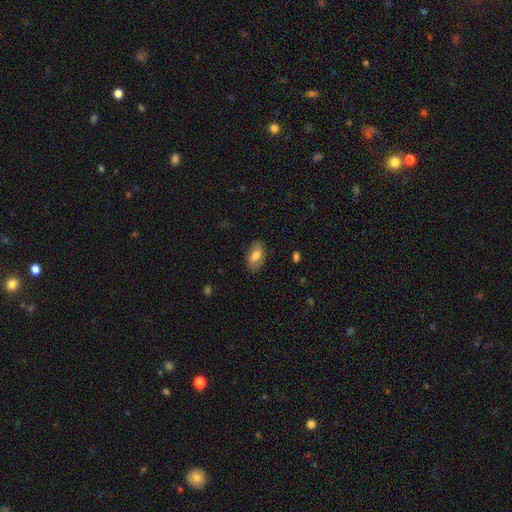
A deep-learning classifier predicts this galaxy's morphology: Smooth or featured? smooth (70%)
How rounded? in between (92%)
Merging? none (81%)